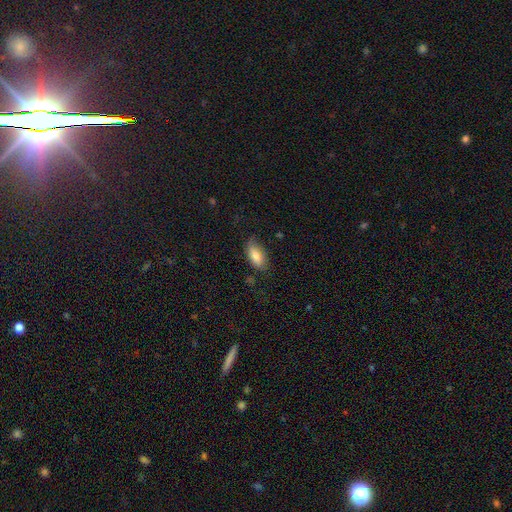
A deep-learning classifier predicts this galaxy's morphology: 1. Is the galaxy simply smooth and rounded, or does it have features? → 81% smooth, 12% featured or disk, 7% star or artifact.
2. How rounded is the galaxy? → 89% in between, 9% cigar-shaped, 2% round.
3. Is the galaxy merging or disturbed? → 68% none, 24% minor disturbance, 6% major disturbance, 2% merger.